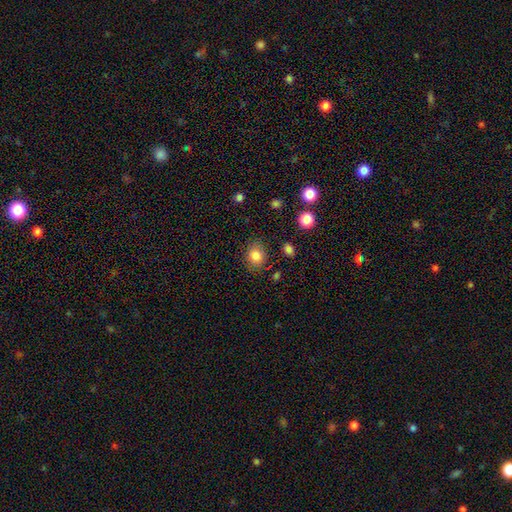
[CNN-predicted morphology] smooth_or_featured: smooth (p=0.83) [alt: star or artifact p=0.10]
how_rounded: round (p=0.52) [alt: in between p=0.47]
merging: none (p=0.81) [alt: minor disturbance p=0.13]